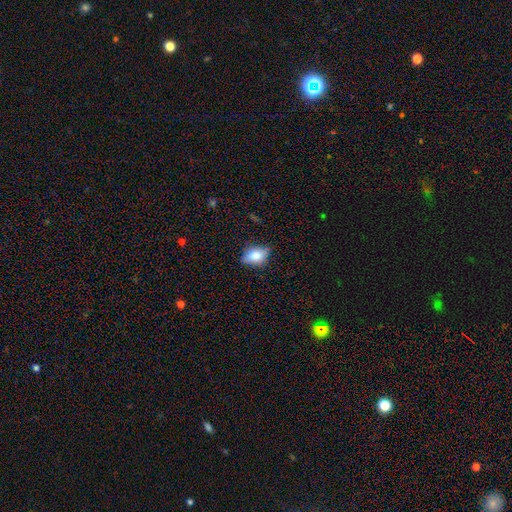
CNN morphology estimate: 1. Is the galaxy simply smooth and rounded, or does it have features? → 75% smooth, 16% featured or disk, 9% star or artifact.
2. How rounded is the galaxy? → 79% in between, 18% round, 4% cigar-shaped.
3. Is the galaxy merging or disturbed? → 70% none, 24% minor disturbance, 5% major disturbance, 1% merger.